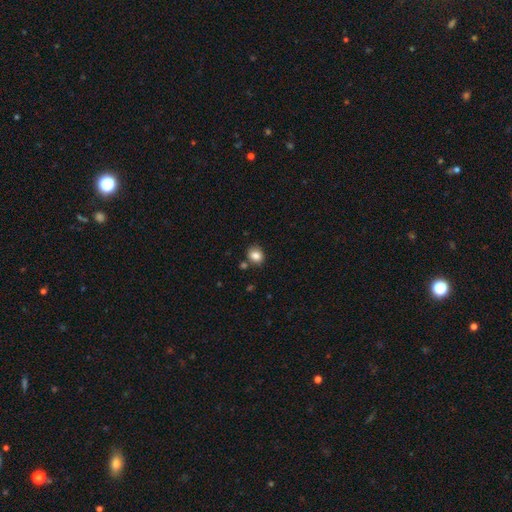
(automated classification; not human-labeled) Smooth or featured? Predicted: smooth (p=0.83). How rounded? Predicted: round (p=0.66). Merging? Predicted: none (p=0.77).